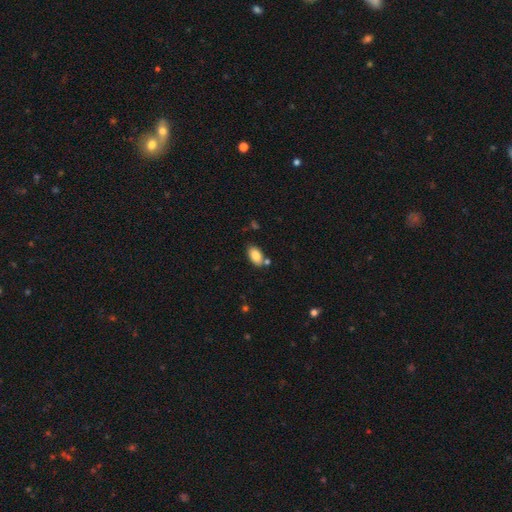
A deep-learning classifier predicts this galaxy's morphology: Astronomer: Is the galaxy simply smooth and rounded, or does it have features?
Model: smooth — 86%.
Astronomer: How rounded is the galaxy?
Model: in between — 93%.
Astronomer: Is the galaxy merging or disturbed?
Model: none — 72%.